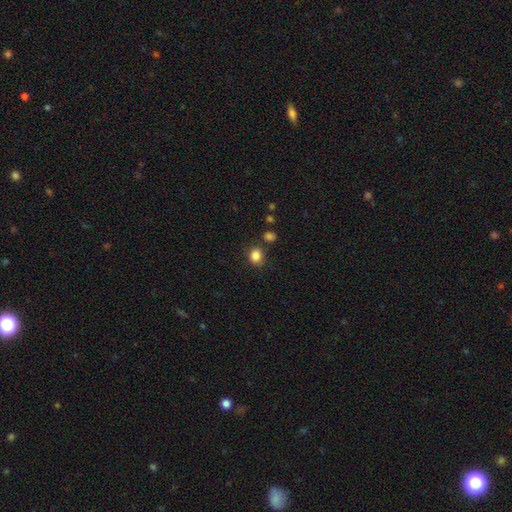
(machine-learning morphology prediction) Smooth or featured? smooth (85%)
How rounded? round (68%)
Merging? none (79%)